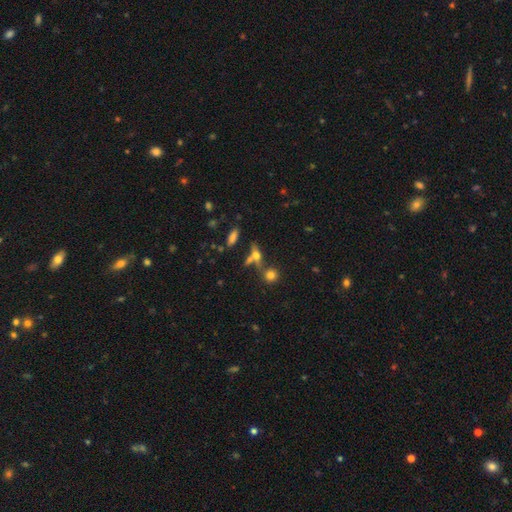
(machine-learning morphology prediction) A smooth galaxy with no disk features (52%) that is in between round and cigar-shaped (45%). Merging: none (58%).